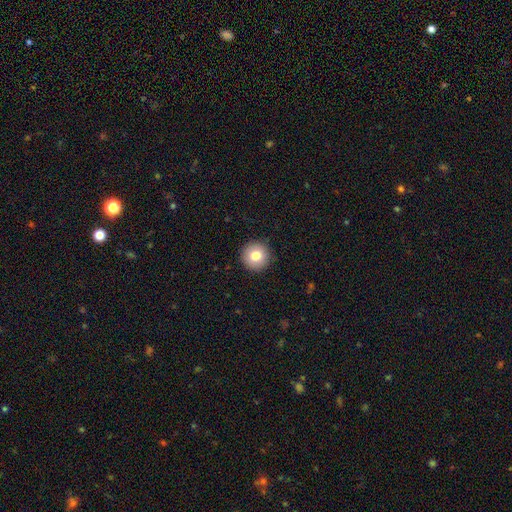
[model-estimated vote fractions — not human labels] smooth 80%, featured or disk 11%, star or artifact 10%. Down the decision tree: how rounded — round (96%); merging — none (92%).